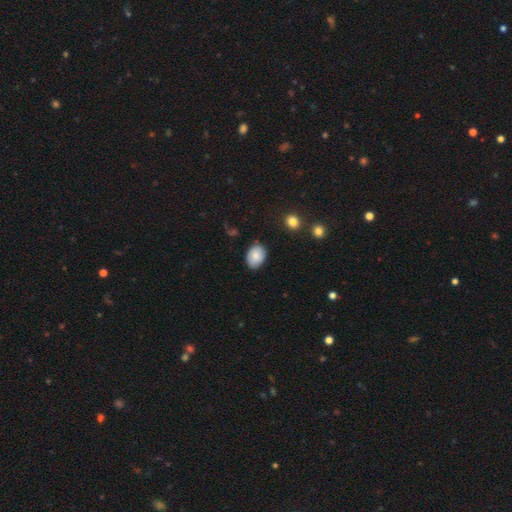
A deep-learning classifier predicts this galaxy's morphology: Smooth or featured? Predicted: smooth (p=0.83). How rounded? Predicted: in between (p=0.79). Merging? Predicted: none (p=0.82).